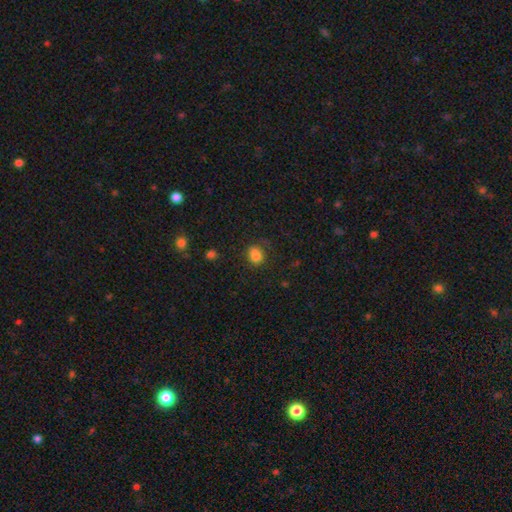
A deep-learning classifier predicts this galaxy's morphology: Q: Smooth or featured?
A: smooth (79%); runner-up: star or artifact (13%)
Q: How rounded?
A: round (61%); runner-up: in between (38%)
Q: Merging?
A: none (62%); runner-up: minor disturbance (22%)